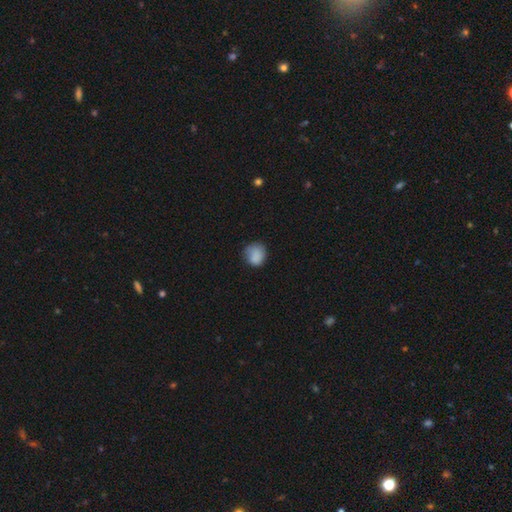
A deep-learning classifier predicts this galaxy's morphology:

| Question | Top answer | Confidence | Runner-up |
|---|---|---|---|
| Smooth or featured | smooth | 84% | star or artifact (9%) |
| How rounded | round | 75% | in between (24%) |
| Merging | none | 66% | minor disturbance (25%) |